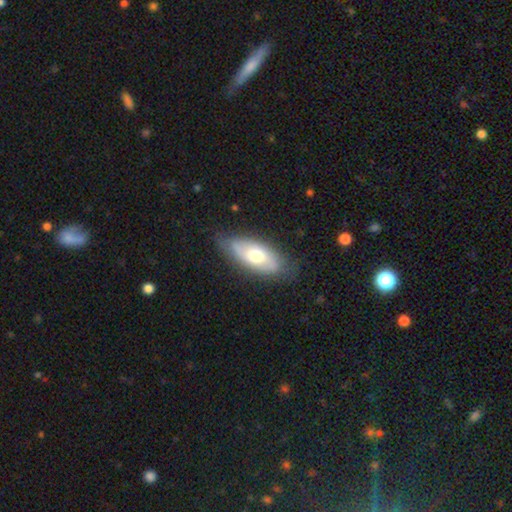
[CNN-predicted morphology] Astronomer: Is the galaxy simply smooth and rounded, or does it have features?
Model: smooth — 58% (runner-up: featured or disk, 36%).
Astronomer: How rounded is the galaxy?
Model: in between — 84%.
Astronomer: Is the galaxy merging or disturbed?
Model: none — 73%.